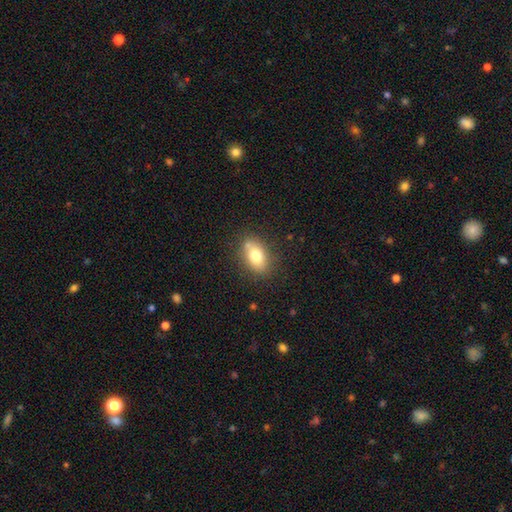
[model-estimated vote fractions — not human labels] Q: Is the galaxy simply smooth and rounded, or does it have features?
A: smooth — 76%.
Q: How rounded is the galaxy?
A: in between — 82%.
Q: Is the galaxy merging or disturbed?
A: none — 73%.